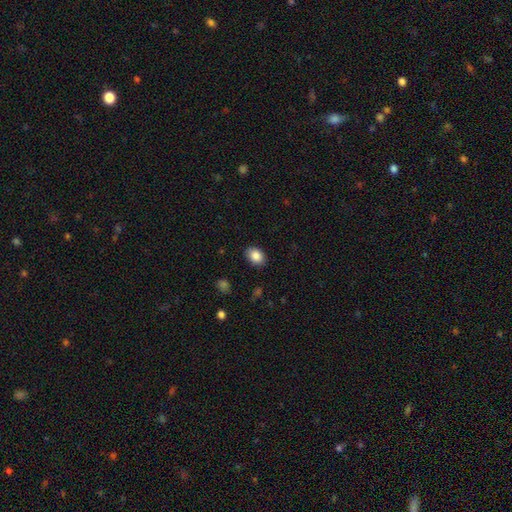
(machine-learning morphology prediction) smooth_or_featured: smooth (p=0.87) [alt: star or artifact p=0.08]
how_rounded: in between (p=0.71) [alt: round p=0.28]
merging: none (p=0.87) [alt: minor disturbance p=0.10]